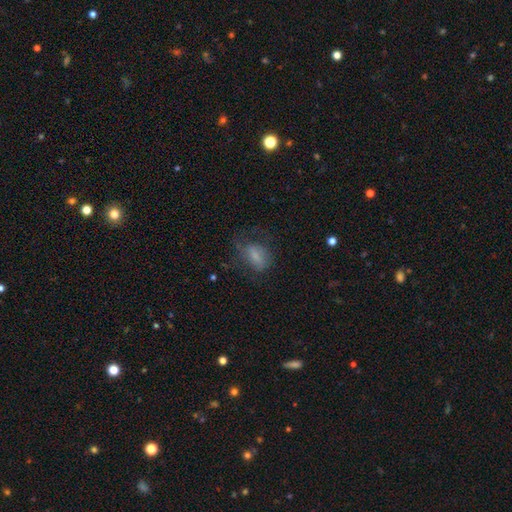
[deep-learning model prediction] The model was most divided on "merging": none: 45%, major disturbance: 29%, minor disturbance: 24%, merger: 2%. More confident: how rounded — in between (78%); smooth or featured — smooth (60%).